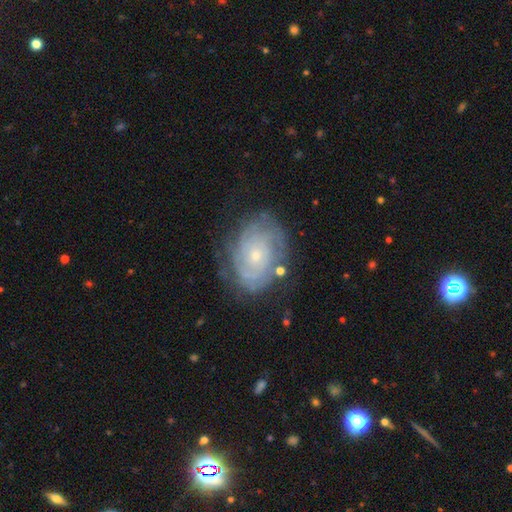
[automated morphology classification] featured or disk 80%, smooth 13%, star or artifact 7%. Down the decision tree: edge-on disk — no (97%); bar — no (81%); spiral arms — yes (92%); spiral arm count — can't tell (44%); spiral winding — tight (76%); bulge size — small (71%); merging — none (73%).